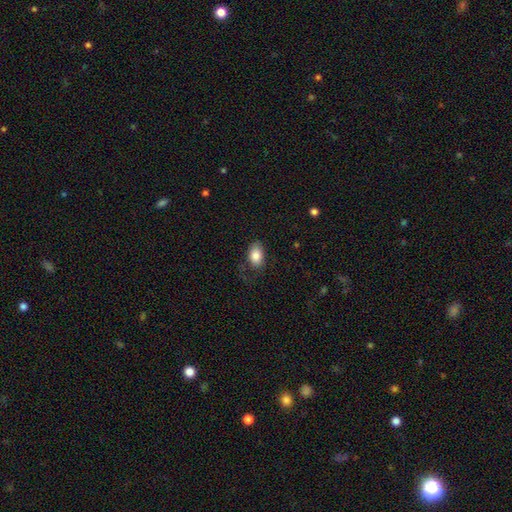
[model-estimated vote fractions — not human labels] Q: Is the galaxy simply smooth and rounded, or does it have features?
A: smooth — 83%.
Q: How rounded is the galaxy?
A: in between — 87%.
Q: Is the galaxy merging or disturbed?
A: none — 60%.